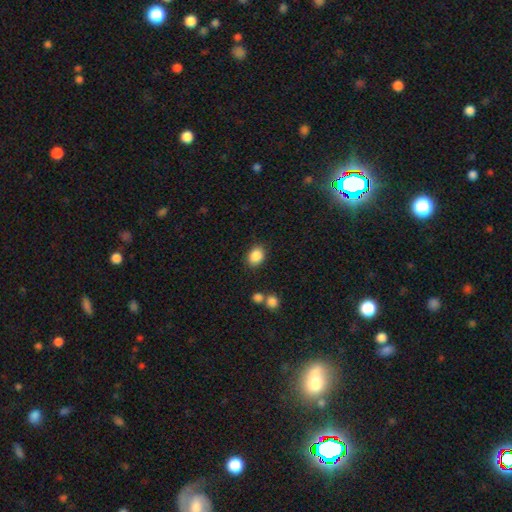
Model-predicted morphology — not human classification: smooth 87%, star or artifact 9%, featured or disk 4%. Down the decision tree: how rounded — in between (61%); merging — none (82%).